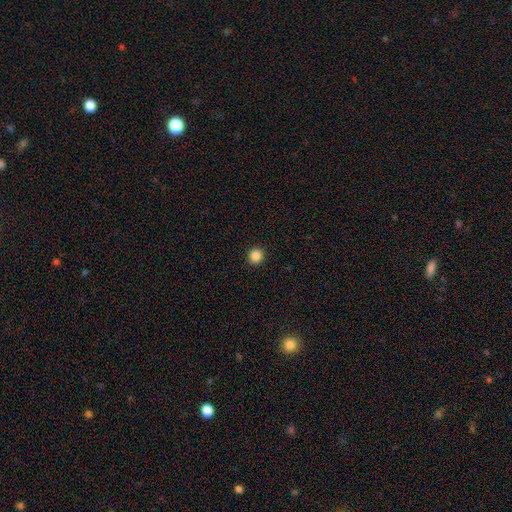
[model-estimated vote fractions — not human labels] Smooth or featured: smooth — 86% (star or artifact — 11%)
How rounded: round — 91% (in between — 8%)
Merging: none — 92% (minor disturbance — 5%)